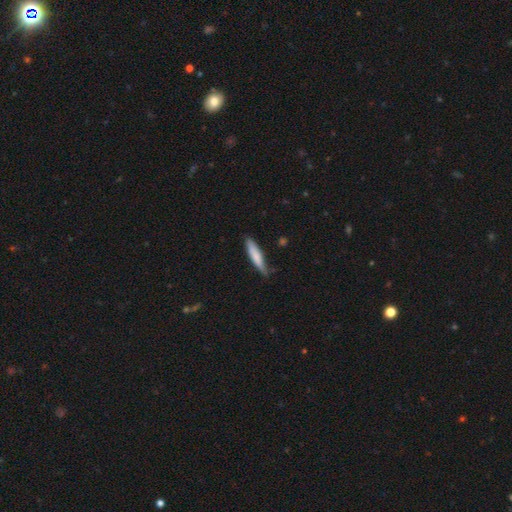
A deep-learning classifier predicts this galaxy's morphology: This is likely a smooth galaxy (77%). How rounded: clearly cigar-shaped (84%). Merging: likely none (69%).